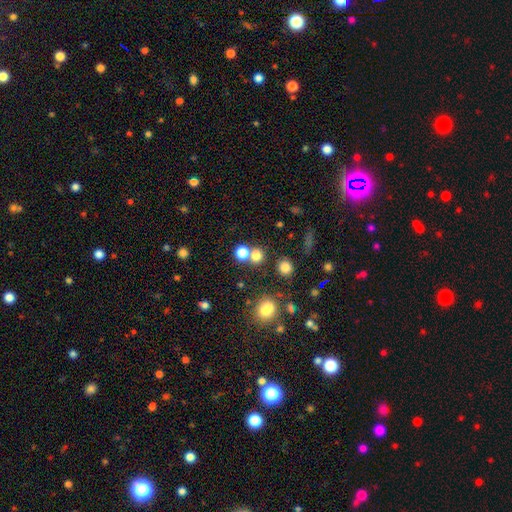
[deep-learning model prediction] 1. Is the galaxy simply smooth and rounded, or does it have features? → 75% smooth, 18% star or artifact, 7% featured or disk.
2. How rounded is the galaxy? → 86% round, 13% in between, 1% cigar-shaped.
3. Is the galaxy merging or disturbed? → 64% none, 26% merger, 7% minor disturbance, 3% major disturbance.